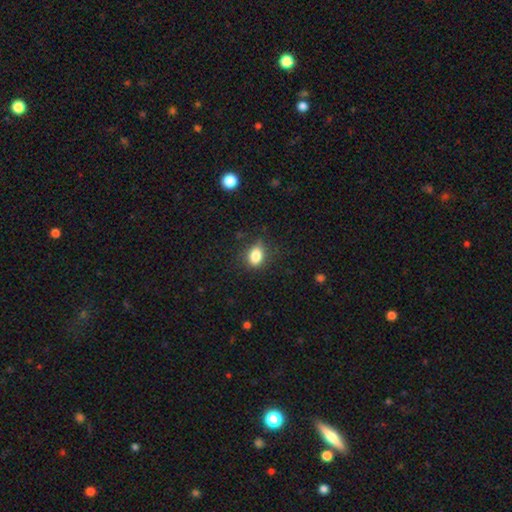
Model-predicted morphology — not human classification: Smooth or featured?
  - smooth: 84% *
  - star or artifact: 10%
  - featured or disk: 6%
How rounded?
  - in between: 69% *
  - round: 29%
  - cigar-shaped: 2%
Merging?
  - none: 76% *
  - minor disturbance: 18%
  - major disturbance: 4%
  - merger: 1%